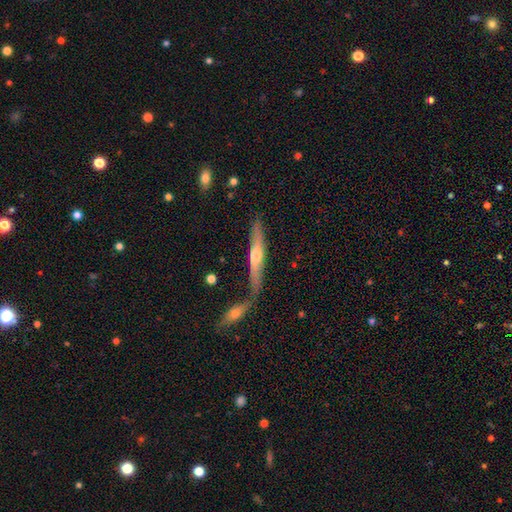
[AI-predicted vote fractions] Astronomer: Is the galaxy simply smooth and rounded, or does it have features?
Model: featured or disk — 53% (runner-up: smooth, 42%).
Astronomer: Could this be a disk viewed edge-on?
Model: yes — 88%.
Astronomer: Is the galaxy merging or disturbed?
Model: none — 59%.